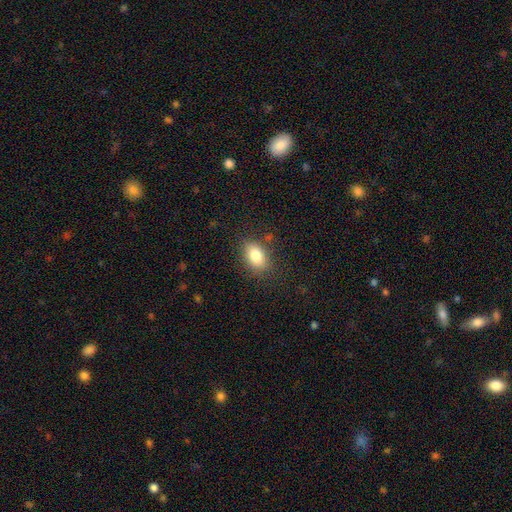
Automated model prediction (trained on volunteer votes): smooth-or-featured: smooth: 83% | featured or disk: 9% | star or artifact: 9%
  how-rounded: in between: 85% | round: 13% | cigar-shaped: 2%
  merging: none: 81% | minor disturbance: 13% | major disturbance: 4% | merger: 2%